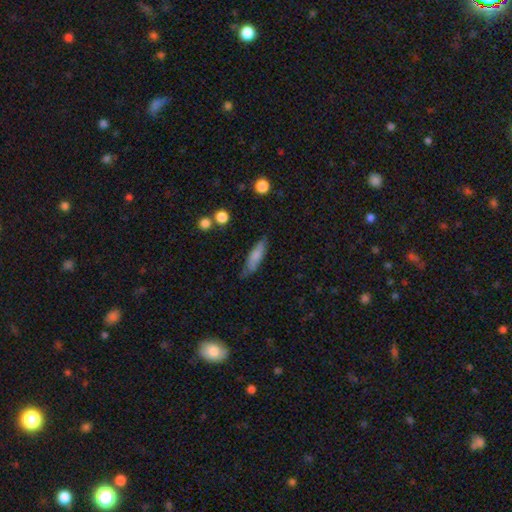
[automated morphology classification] type=smooth (73%); roundness=cigar-shaped (64%); merging=none (69%).